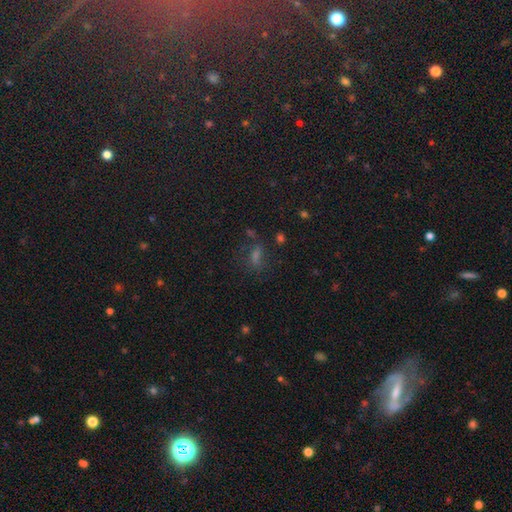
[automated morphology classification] The model was most divided on "smooth or featured": star or artifact: 44%, smooth: 39%, featured or disk: 16%.